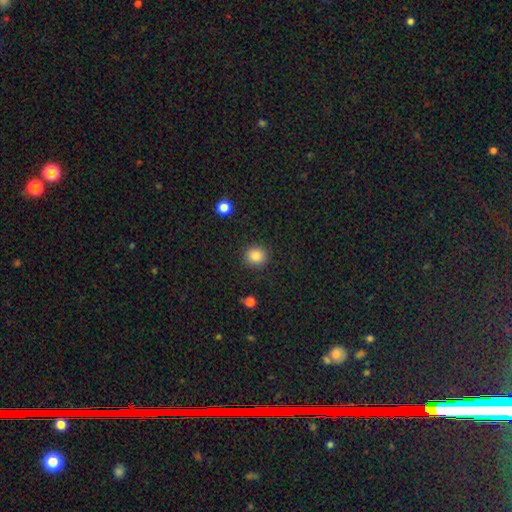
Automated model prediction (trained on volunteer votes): Smooth or featured? smooth (85%)
How rounded? round (85%)
Merging? none (90%)